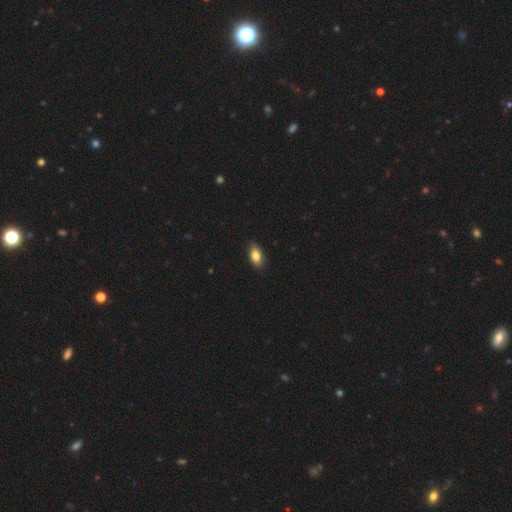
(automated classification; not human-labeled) smooth 82%, featured or disk 10%, star or artifact 8%. Down the decision tree: how rounded — in between (88%); merging — none (80%).